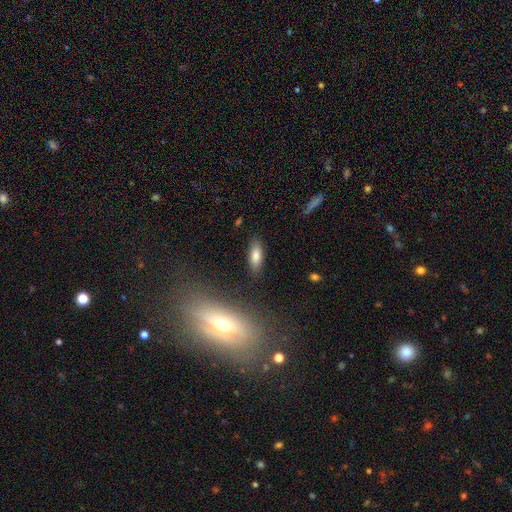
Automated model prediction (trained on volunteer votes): This appears to be a smooth galaxy with no disk features (79%) that is in between round and cigar-shaped (71%). Merging: none (84%).